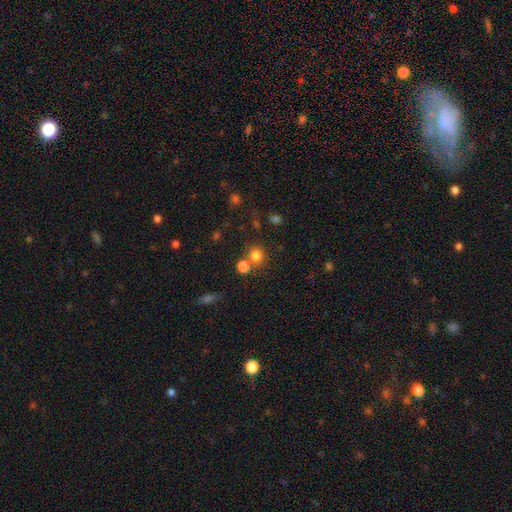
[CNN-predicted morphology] smooth 78%, star or artifact 16%, featured or disk 6%. Down the decision tree: how rounded — round (81%); merging — none (66%).